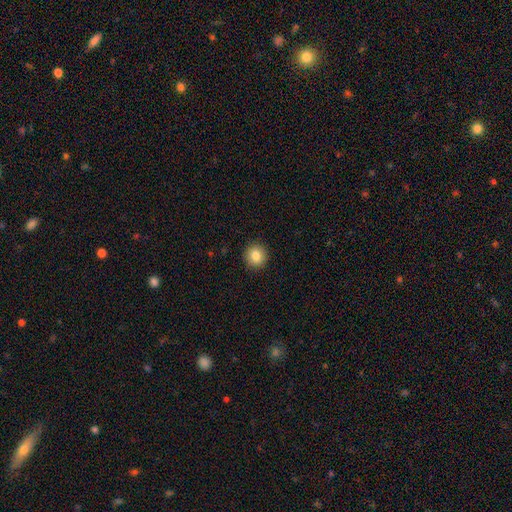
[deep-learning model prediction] Q: Smooth or featured?
A: smooth (84%); runner-up: star or artifact (9%)
Q: How rounded?
A: round (89%); runner-up: in between (10%)
Q: Merging?
A: none (92%); runner-up: minor disturbance (6%)